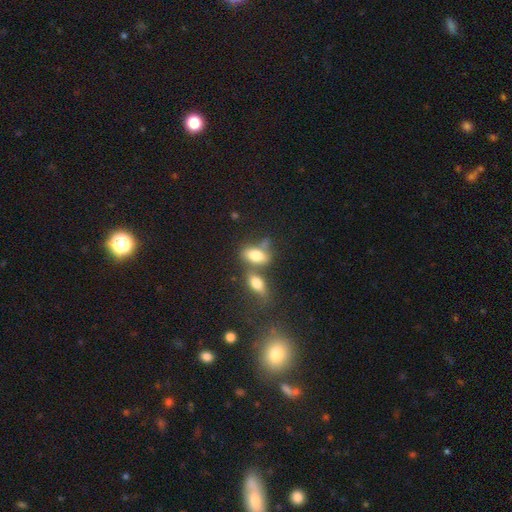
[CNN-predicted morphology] smooth-or-featured: smooth: 74% | featured or disk: 16% | star or artifact: 9%
  how-rounded: in between: 85% | round: 8% | cigar-shaped: 6%
  merging: merger: 48% | none: 35% | minor disturbance: 11% | major disturbance: 6%